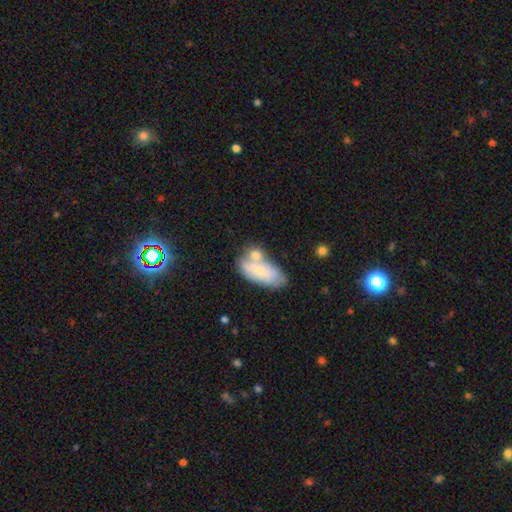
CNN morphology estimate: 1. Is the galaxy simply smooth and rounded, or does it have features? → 64% smooth, 29% featured or disk, 7% star or artifact.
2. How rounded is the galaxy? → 78% in between, 13% round, 8% cigar-shaped.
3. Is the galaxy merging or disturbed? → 45% merger, 34% none, 15% minor disturbance, 6% major disturbance.